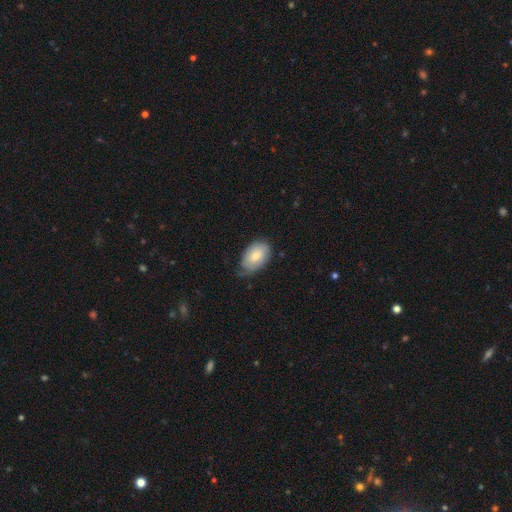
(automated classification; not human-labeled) Smooth or featured: smooth — 72% (featured or disk — 21%)
How rounded: in between — 91% (round — 8%)
Merging: none — 53% (minor disturbance — 37%)